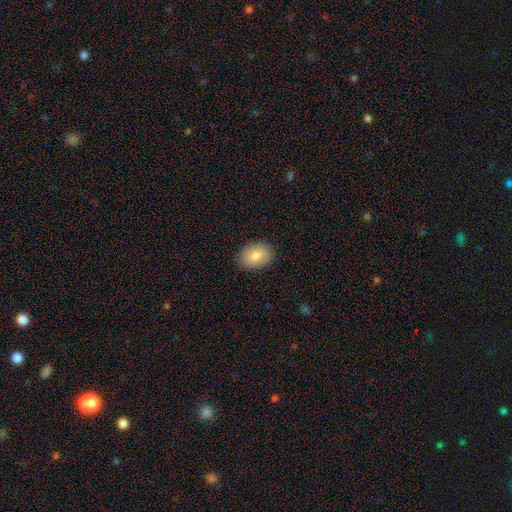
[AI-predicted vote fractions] The model was most divided on "how rounded": in between: 75%, round: 24%, cigar-shaped: 1%. More confident: merging — none (87%); smooth or featured — smooth (81%).